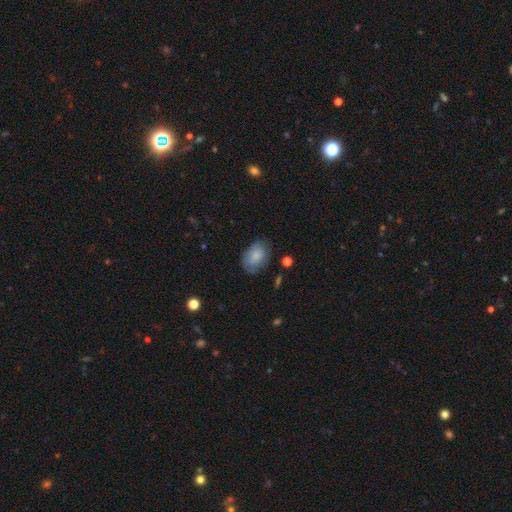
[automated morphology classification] Overall: smooth (82%). How rounded: in between (84%). Merging: none (69%).